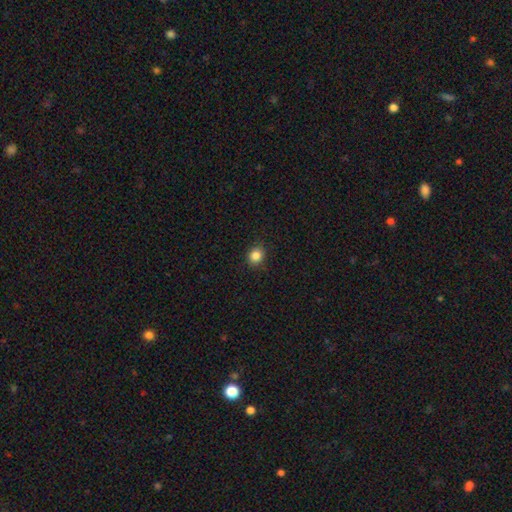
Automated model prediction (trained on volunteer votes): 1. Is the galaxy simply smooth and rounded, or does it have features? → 85% smooth, 11% star or artifact, 4% featured or disk.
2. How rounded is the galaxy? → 75% round, 24% in between, 1% cigar-shaped.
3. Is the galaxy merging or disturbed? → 89% none, 8% minor disturbance, 2% major disturbance, 1% merger.